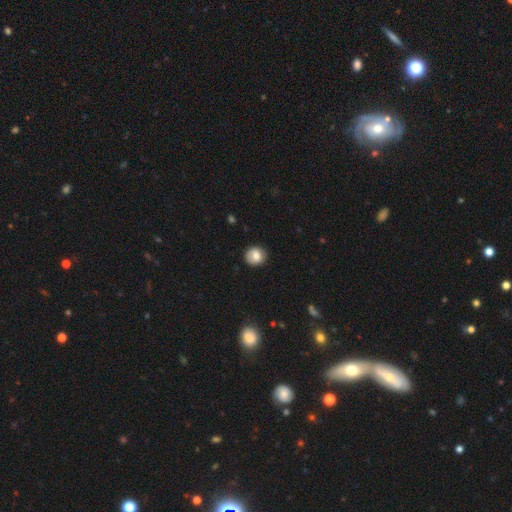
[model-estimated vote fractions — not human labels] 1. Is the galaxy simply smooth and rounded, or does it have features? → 78% smooth, 14% featured or disk, 9% star or artifact.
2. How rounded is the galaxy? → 87% round, 12% in between, 1% cigar-shaped.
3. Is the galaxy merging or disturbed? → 84% none, 12% minor disturbance, 3% major disturbance, 1% merger.